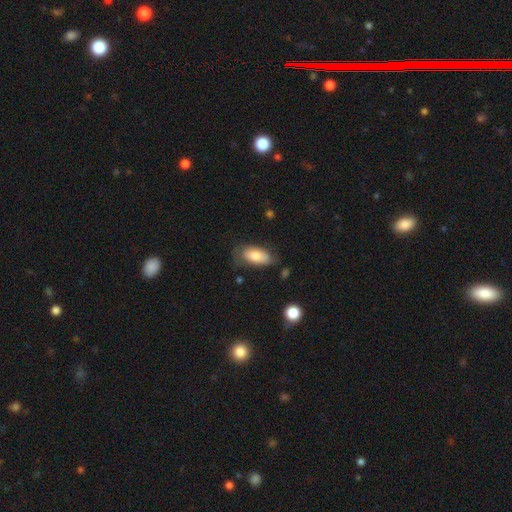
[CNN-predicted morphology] Smooth or featured?
  - smooth: 78% *
  - featured or disk: 15%
  - star or artifact: 6%
How rounded?
  - in between: 90% *
  - cigar-shaped: 7%
  - round: 3%
Merging?
  - none: 62% *
  - minor disturbance: 27%
  - major disturbance: 9%
  - merger: 2%